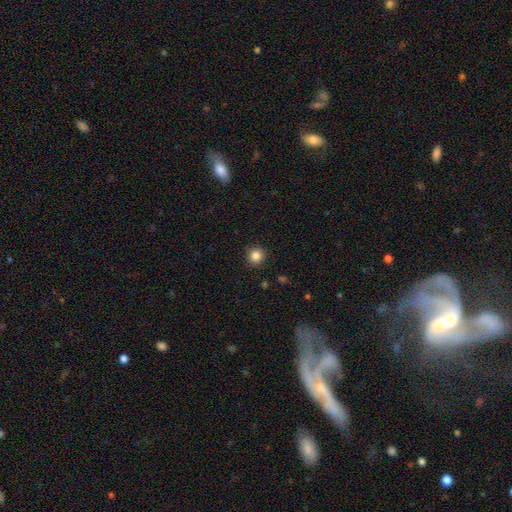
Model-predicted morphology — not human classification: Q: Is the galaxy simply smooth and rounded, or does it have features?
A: smooth — 84%.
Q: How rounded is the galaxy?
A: round — 94%.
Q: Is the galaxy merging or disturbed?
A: none — 91%.